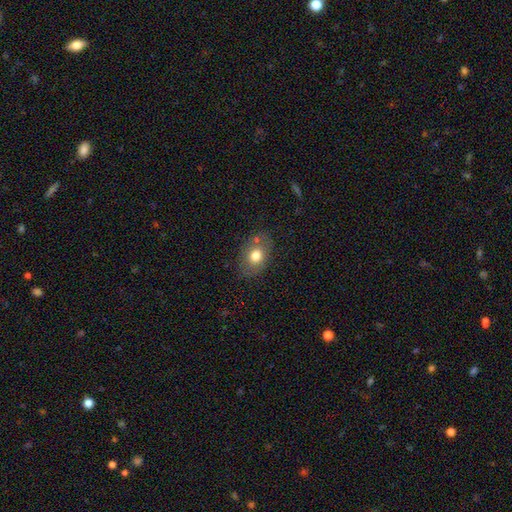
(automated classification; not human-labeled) The model was most divided on "how rounded": in between: 69%, round: 29%, cigar-shaped: 1%. More confident: smooth or featured — smooth (73%); merging — none (72%).